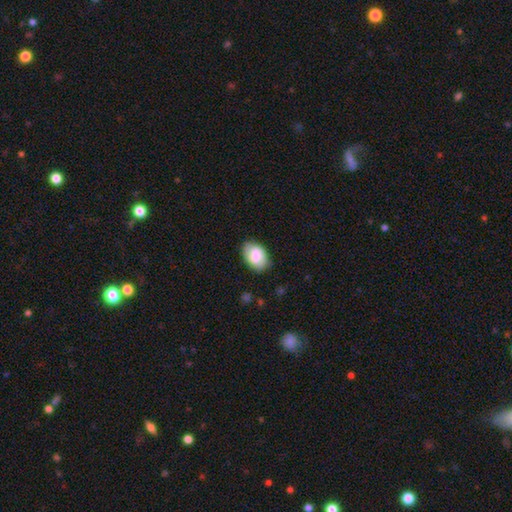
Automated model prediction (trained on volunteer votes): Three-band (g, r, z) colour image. It shows a smooth galaxy with no disk features (74%) that is in between round and cigar-shaped (89%). Merging: none (78%).